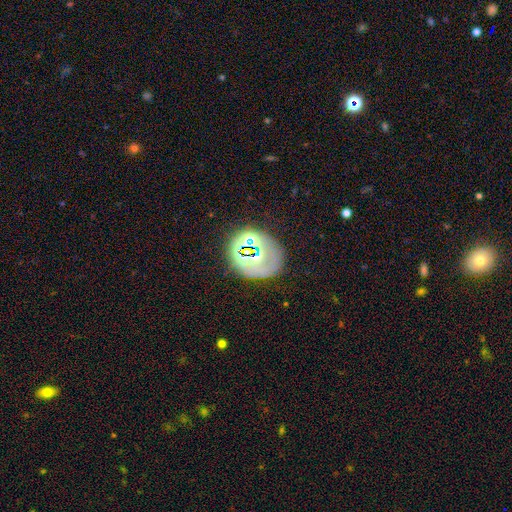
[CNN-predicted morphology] The model was most divided on "smooth or featured": star or artifact: 39%, smooth: 33%, featured or disk: 28%.